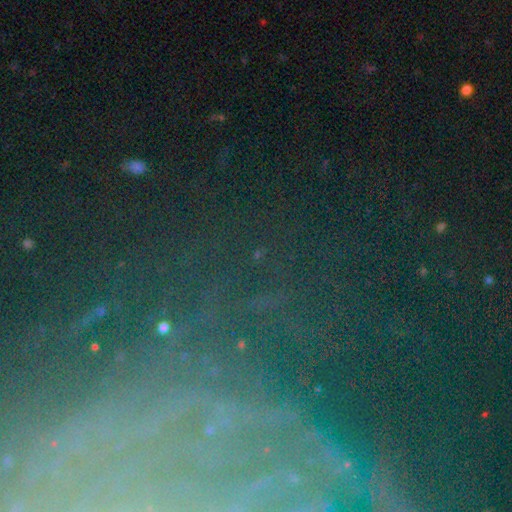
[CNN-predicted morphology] type=star or artifact (57%).